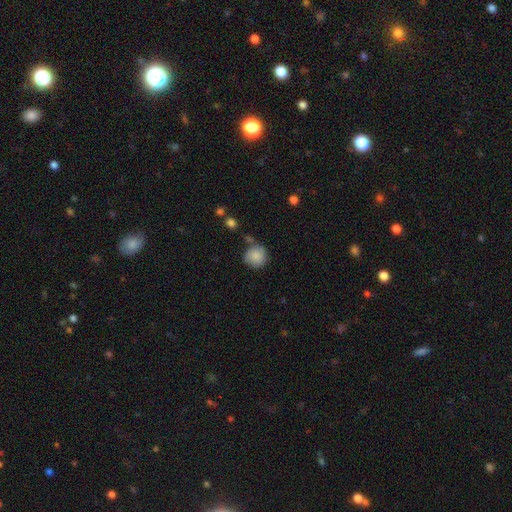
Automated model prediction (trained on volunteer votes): Morphology: type=smooth (85%); roundness=round (90%); merging=none (66%).